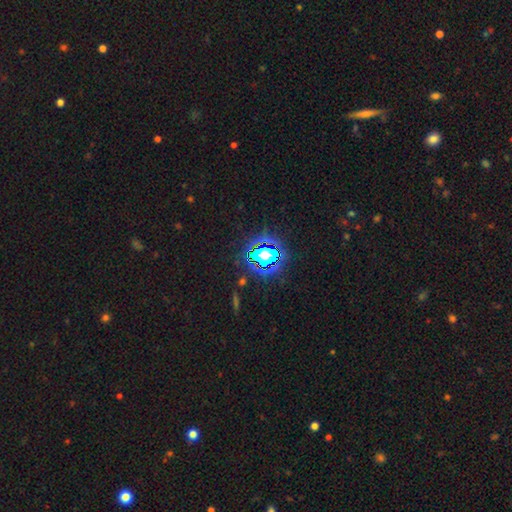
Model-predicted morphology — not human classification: This is clearly a star or artifact rather than a galaxy (82%).